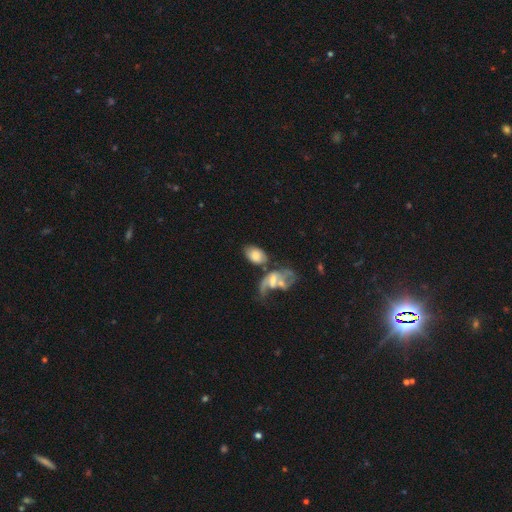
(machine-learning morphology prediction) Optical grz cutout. It shows a smooth galaxy with no disk features (65%) that is in between round and cigar-shaped (85%). Merging: merger (36%).